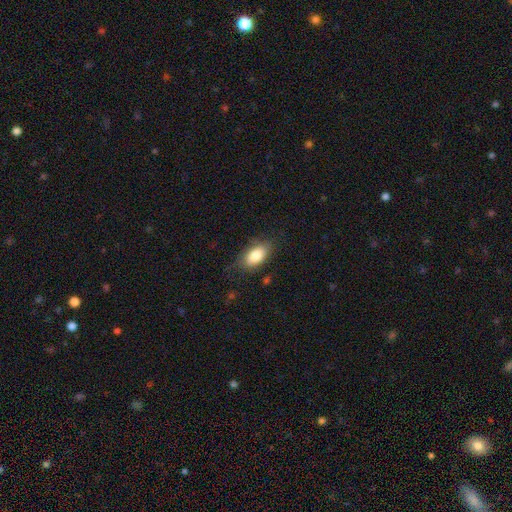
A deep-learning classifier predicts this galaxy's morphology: smooth_or_featured: smooth (p=0.81) [alt: featured or disk p=0.12]
how_rounded: in between (p=0.92) [alt: round p=0.05]
merging: none (p=0.74) [alt: minor disturbance p=0.19]